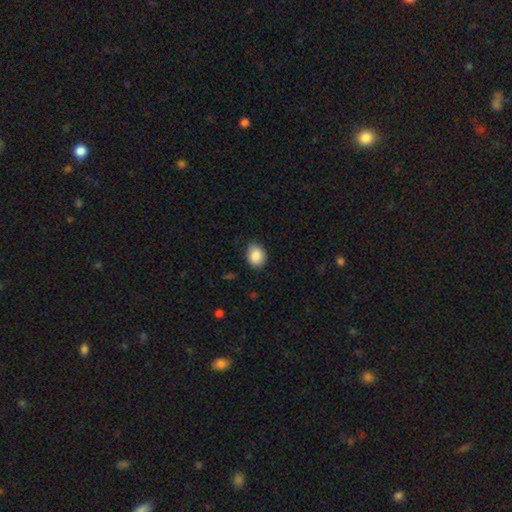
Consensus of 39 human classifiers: Q: Smooth or featured?
A: smooth (92%); runner-up: star or artifact (8%)
Q: How rounded?
A: in between (58%); runner-up: round (39%)
Q: Merging?
A: none (81%); runner-up: minor disturbance (17%)